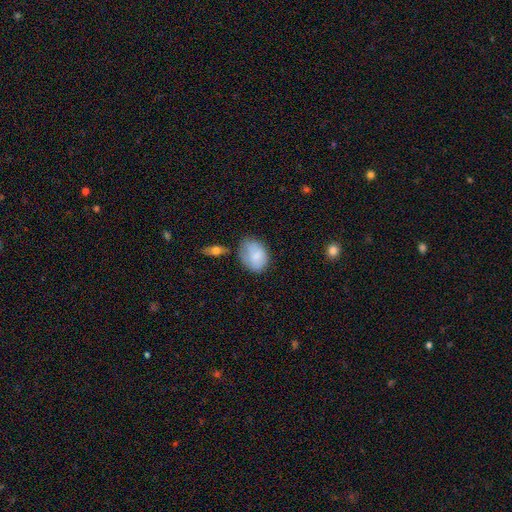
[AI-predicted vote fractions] This appears to be a smooth galaxy with no disk features (80%) that is in between round and cigar-shaped (78%). Merging: none (54%).